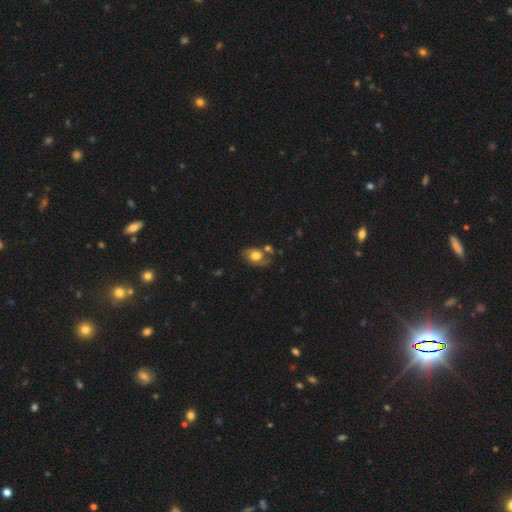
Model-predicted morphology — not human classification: type=smooth (52%); roundness=in between (70%); merging=none (54%).